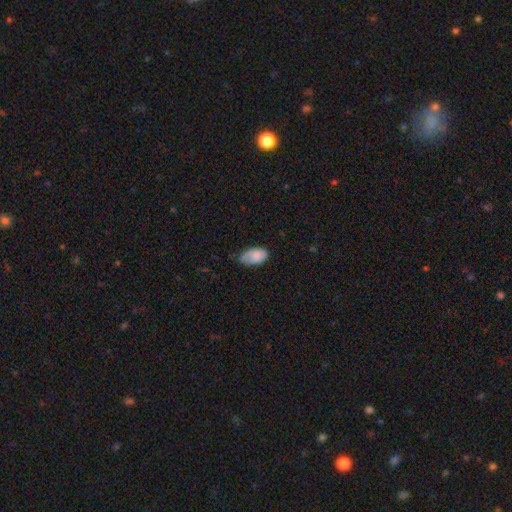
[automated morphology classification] The model was most divided on "merging": none: 57%, minor disturbance: 34%, major disturbance: 8%, merger: 2%. More confident: how rounded — in between (94%); smooth or featured — smooth (81%).